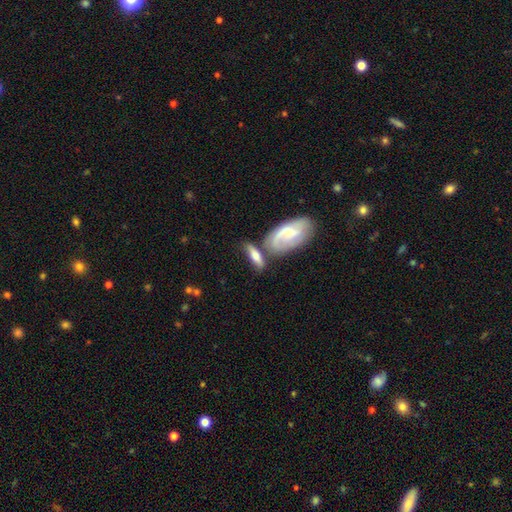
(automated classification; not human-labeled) smooth_or_featured: smooth (p=0.58) [alt: featured or disk p=0.35]
how_rounded: in between (p=0.62) [alt: cigar-shaped p=0.34]
merging: none (p=0.45) [alt: merger p=0.31]